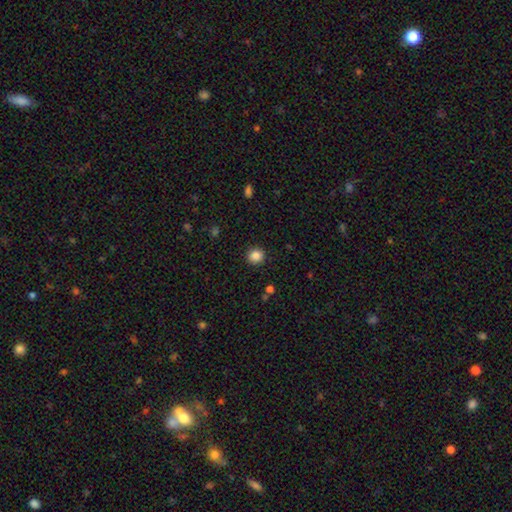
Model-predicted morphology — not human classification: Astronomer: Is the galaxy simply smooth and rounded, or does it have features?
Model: smooth — 86%.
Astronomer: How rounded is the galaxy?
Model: round — 91%.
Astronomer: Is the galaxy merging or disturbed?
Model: none — 91%.